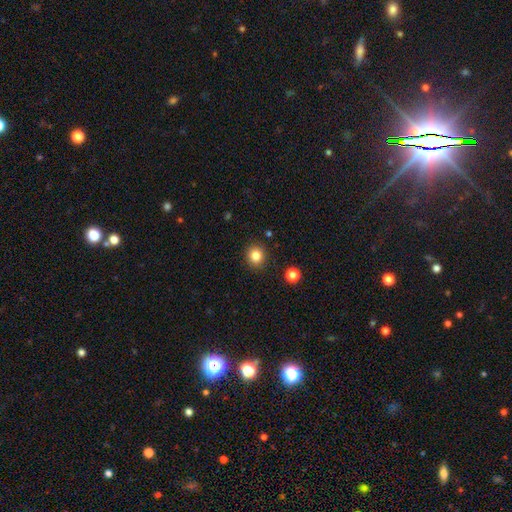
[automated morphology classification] Q: Smooth or featured?
A: smooth (83%); runner-up: star or artifact (11%)
Q: How rounded?
A: round (84%); runner-up: in between (15%)
Q: Merging?
A: none (89%); runner-up: minor disturbance (7%)